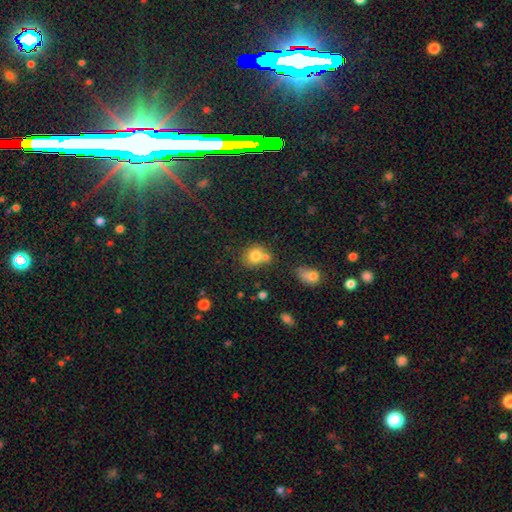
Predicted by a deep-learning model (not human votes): This is likely a smooth galaxy (78%). How rounded: likely round (74%). Merging: possibly none (48%).